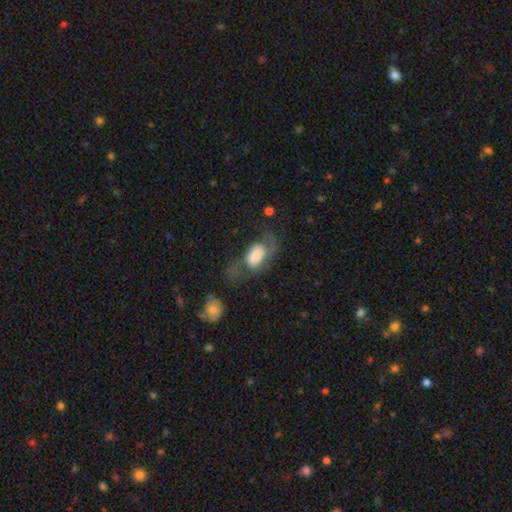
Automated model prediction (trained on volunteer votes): Smooth or featured: smooth — 49% (featured or disk — 43%)
Merging: none — 39% (major disturbance — 35%)